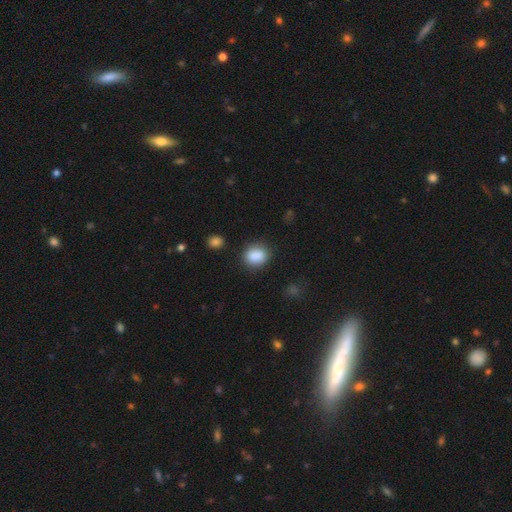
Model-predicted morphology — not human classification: smooth_or_featured: smooth (p=0.87) [alt: star or artifact p=0.08]
how_rounded: round (p=0.55) [alt: in between p=0.44]
merging: none (p=0.80) [alt: minor disturbance p=0.13]